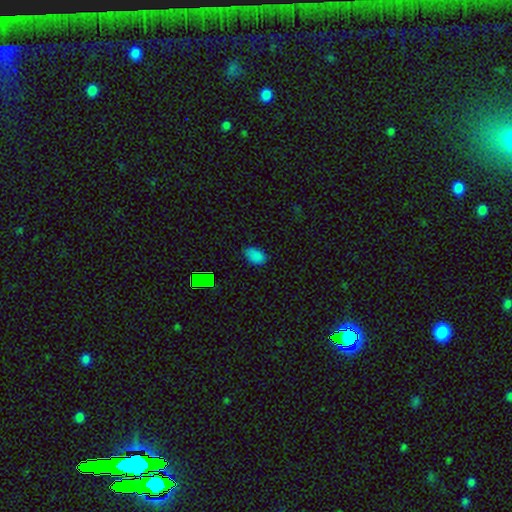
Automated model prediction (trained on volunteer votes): smooth_or_featured: smooth (p=0.76) [alt: star or artifact p=0.19]
how_rounded: in between (p=0.89) [alt: round p=0.09]
merging: none (p=0.78) [alt: minor disturbance p=0.17]